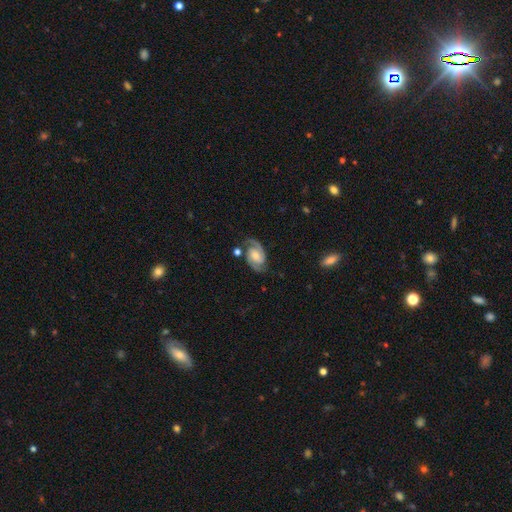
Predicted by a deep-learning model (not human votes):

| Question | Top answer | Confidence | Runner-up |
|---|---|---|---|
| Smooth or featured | featured or disk | 88% | smooth (7%) |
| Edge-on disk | no | 98% | yes (2%) |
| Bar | no | 47% | weak (40%) |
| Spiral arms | yes | 98% | no (2%) |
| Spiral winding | medium | 52% | tight (35%) |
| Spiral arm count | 2 | 93% | can't tell (2%) |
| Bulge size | moderate | 44% | small (33%) |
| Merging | none | 77% | minor disturbance (14%) |